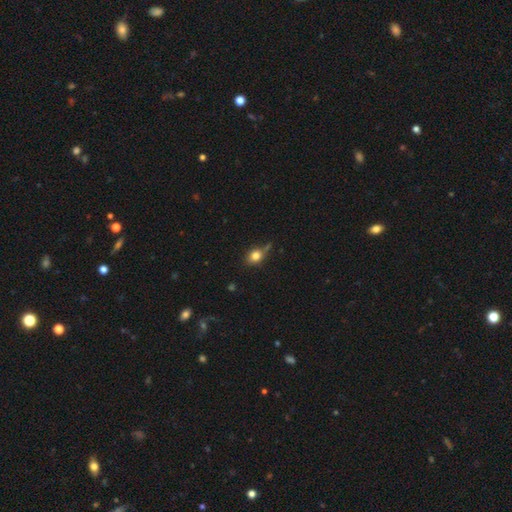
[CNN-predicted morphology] Smooth or featured? Predicted: smooth (p=0.77). How rounded? Predicted: in between (p=0.50). Merging? Predicted: none (p=0.57).